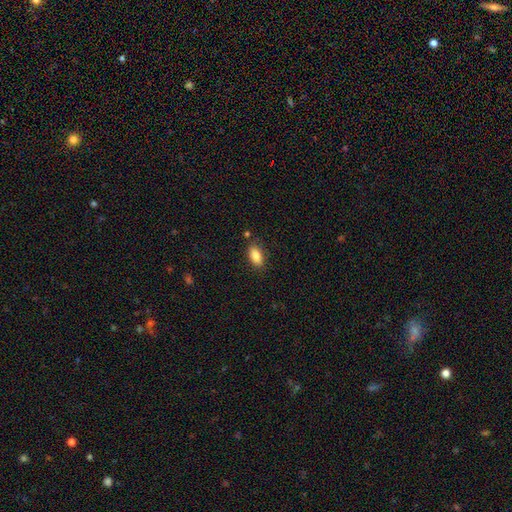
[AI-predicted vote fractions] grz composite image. It shows a smooth galaxy with no disk features (86%) that is in between round and cigar-shaped (90%). Merging: none (81%).